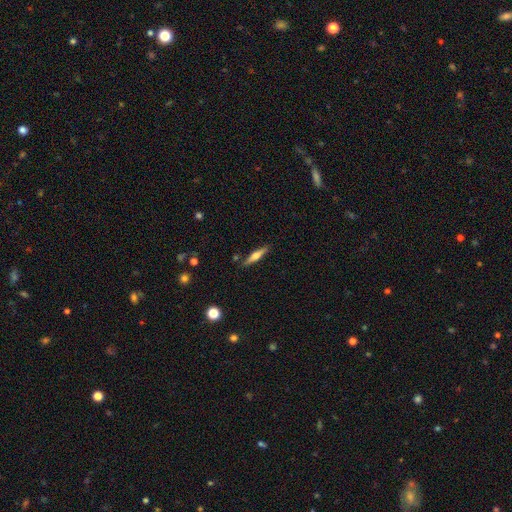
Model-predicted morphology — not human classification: Overall: featured or disk (55%; smooth 38%). Edge-on disk: yes (96%). Edge-on bulge: rounded (88%). Merging: none (87%).